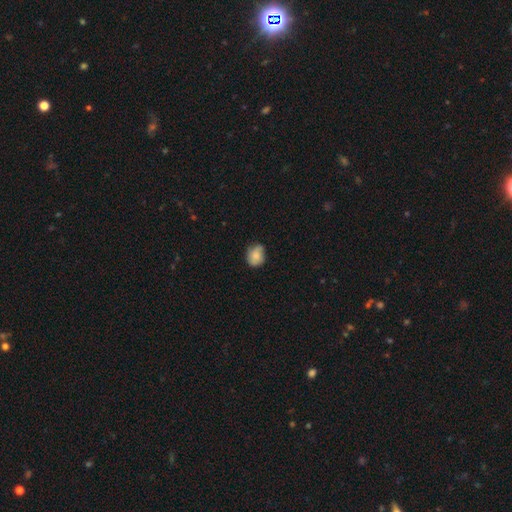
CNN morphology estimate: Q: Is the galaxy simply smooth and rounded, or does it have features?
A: smooth — 76%.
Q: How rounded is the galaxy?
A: round — 55%.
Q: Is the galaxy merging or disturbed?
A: none — 60%.